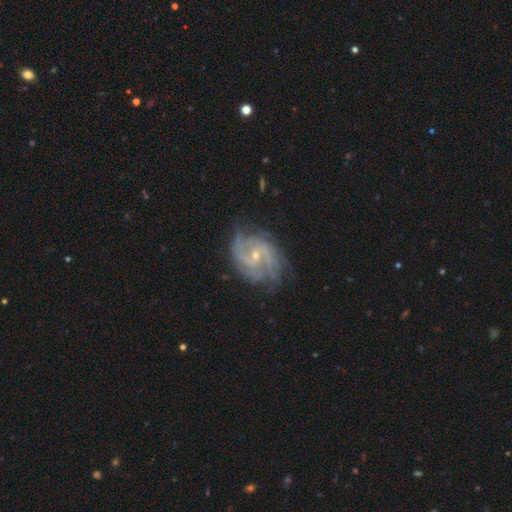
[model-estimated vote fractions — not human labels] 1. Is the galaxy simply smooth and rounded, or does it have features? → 89% featured or disk, 6% star or artifact, 5% smooth.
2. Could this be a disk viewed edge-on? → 98% no, 2% yes.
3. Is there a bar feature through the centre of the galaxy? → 46% no, 44% weak, 10% strong.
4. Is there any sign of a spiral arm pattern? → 97% yes, 3% no.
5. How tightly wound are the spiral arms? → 47% medium, 39% tight, 14% loose.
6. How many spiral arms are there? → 44% 2, 18% can't tell, 18% 3, 9% 4, 6% more than 4, 5% 1.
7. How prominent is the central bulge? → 73% small, 24% moderate, 2% none, 1% large, 1% dominant.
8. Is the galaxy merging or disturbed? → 72% none, 19% minor disturbance, 8% major disturbance, 2% merger.